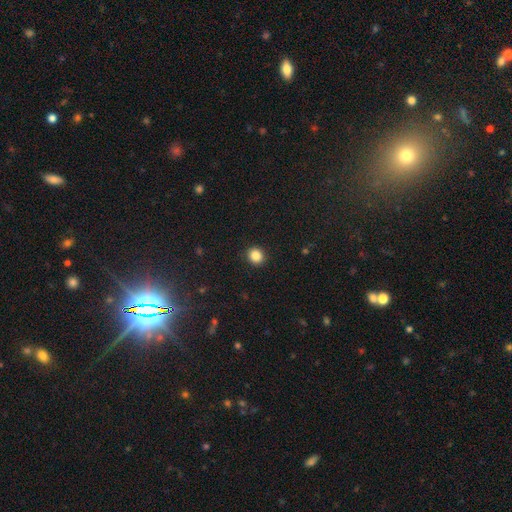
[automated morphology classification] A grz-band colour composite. It shows a smooth galaxy with no disk features (86%) that is round (85%). Merging: none (92%).